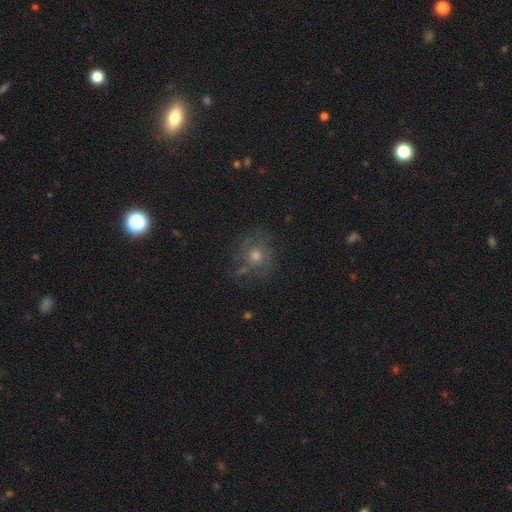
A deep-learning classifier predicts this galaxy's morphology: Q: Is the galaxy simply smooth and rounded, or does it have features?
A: smooth — 40%.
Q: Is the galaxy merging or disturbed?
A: none — 67%.